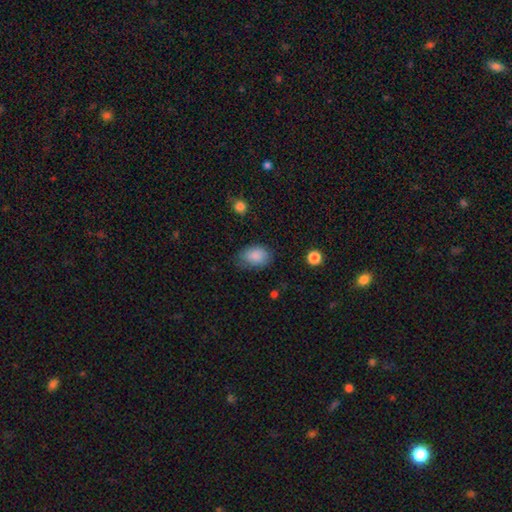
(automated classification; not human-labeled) A smooth galaxy with no disk features (87%) that is in between round and cigar-shaped (83%).

Vote fractions:
- Smooth or featured? smooth: 87% / star or artifact: 7% / featured or disk: 6%
- How rounded? in between: 83% / round: 16% / cigar-shaped: 1%
- Merging? none: 71% / minor disturbance: 22% / major disturbance: 5% / merger: 1%